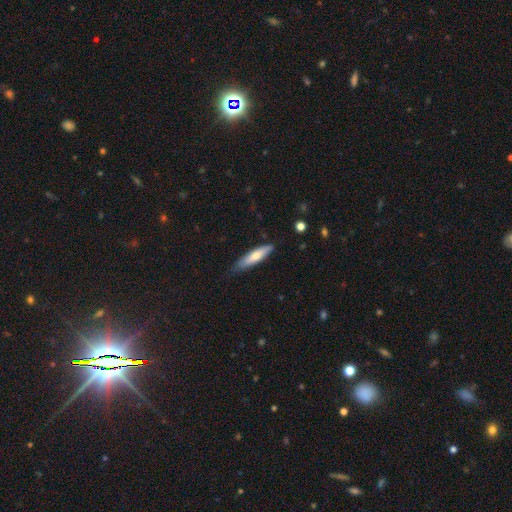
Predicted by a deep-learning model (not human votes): A smooth galaxy with no disk features (67%) that is cigar-shaped (74%).

Vote fractions:
- Smooth or featured? smooth: 67% / featured or disk: 28% / star or artifact: 6%
- How rounded? cigar-shaped: 74% / in between: 24% / round: 2%
- Merging? none: 76% / minor disturbance: 20% / major disturbance: 3% / merger: 1%